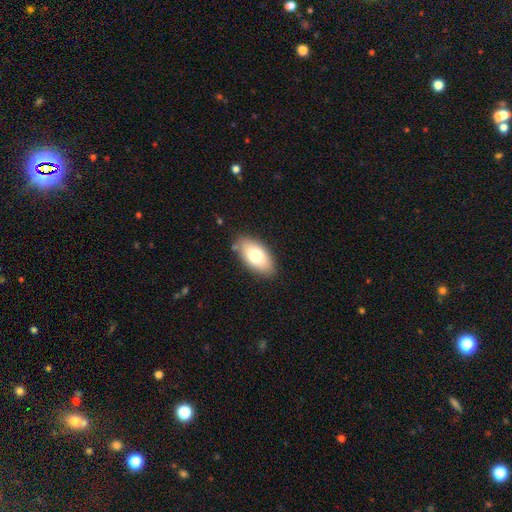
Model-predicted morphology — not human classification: A smooth galaxy with no disk features (74%) that is in between round and cigar-shaped (93%). Merging: none (83%).